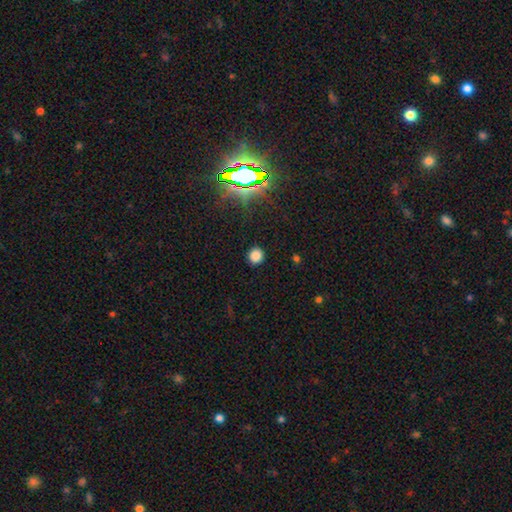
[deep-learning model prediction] Smooth or featured?
  - smooth: 81% *
  - star or artifact: 15%
  - featured or disk: 4%
How rounded?
  - round: 87% *
  - in between: 12%
  - cigar-shaped: 1%
Merging?
  - none: 91% *
  - minor disturbance: 6%
  - major disturbance: 2%
  - merger: 1%